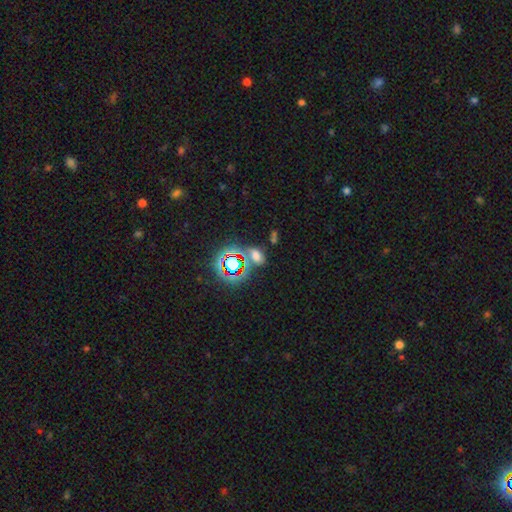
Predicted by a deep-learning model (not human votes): Smooth or featured: smooth — 49% (star or artifact — 40%)
Merging: none — 57% (merger — 20%)